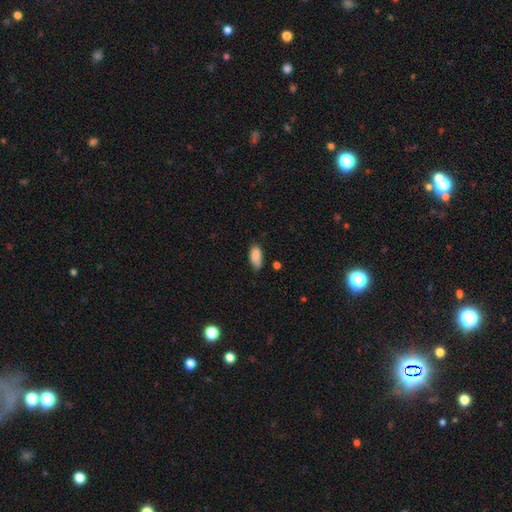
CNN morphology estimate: type=smooth (87%); roundness=in between (90%); merging=none (61%).